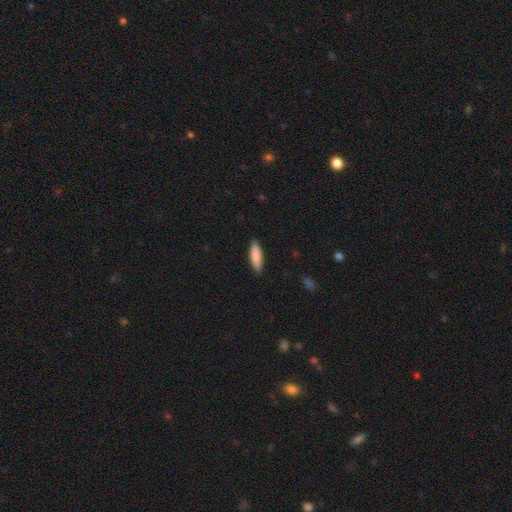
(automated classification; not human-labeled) Smooth or featured: smooth — 85% (featured or disk — 10%)
How rounded: cigar-shaped — 60% (in between — 38%)
Merging: none — 89% (minor disturbance — 8%)